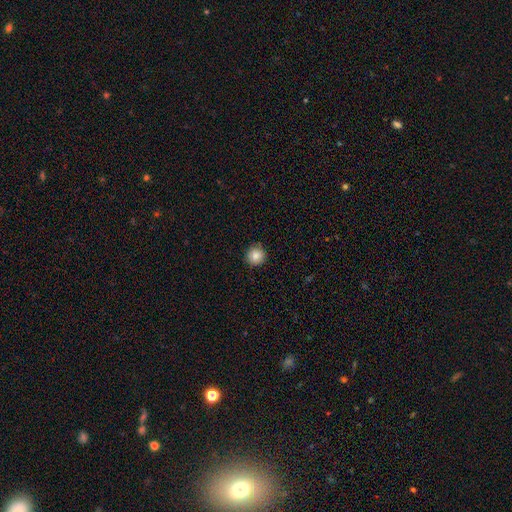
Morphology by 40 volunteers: type=smooth (85%); roundness=round (94%); merging=none (83%).